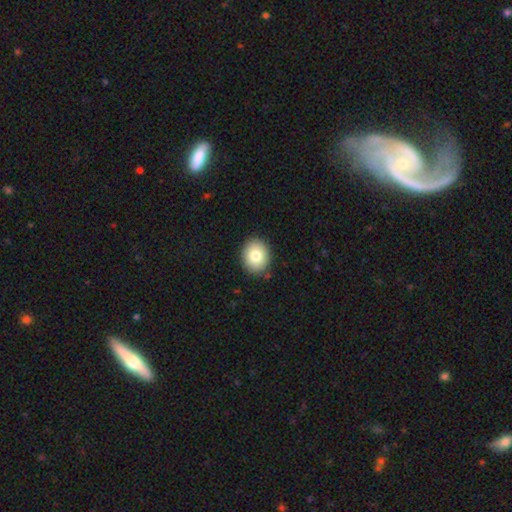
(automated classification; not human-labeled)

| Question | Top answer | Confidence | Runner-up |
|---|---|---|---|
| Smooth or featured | smooth | 81% | featured or disk (10%) |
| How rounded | round | 56% | in between (43%) |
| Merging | none | 88% | minor disturbance (9%) |